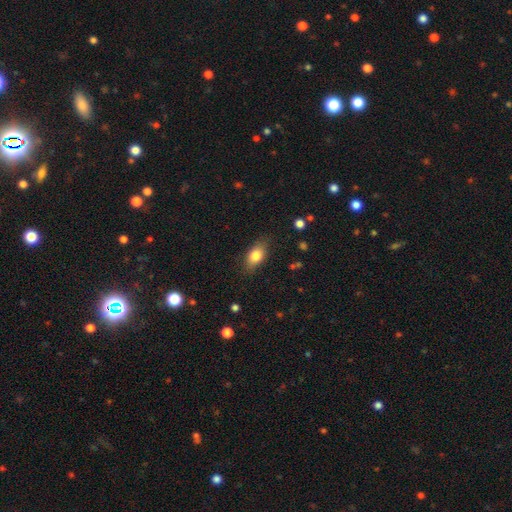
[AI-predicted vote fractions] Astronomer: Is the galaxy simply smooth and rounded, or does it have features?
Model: smooth — 79%.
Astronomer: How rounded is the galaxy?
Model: in between — 83%.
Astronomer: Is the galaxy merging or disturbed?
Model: none — 81%.